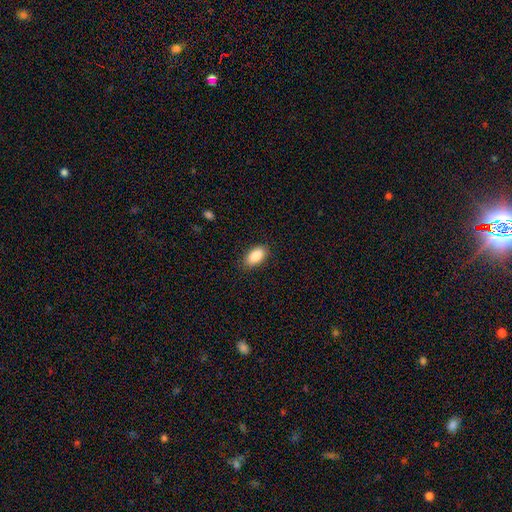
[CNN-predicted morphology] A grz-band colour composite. It shows a smooth galaxy with no disk features (89%) that is in between round and cigar-shaped (93%). Merging: none (86%).